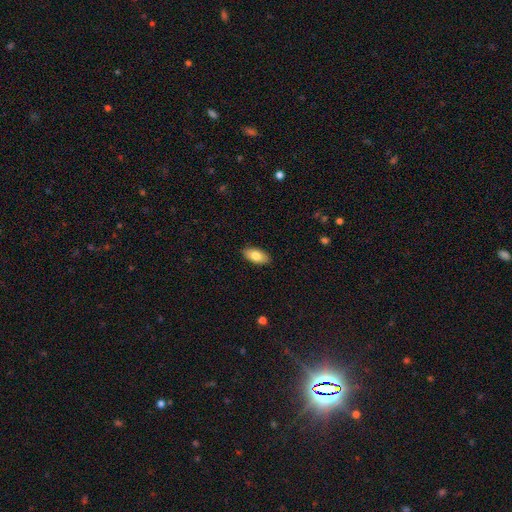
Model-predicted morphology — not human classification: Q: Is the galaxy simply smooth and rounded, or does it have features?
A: smooth — 81%.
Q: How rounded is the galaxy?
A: in between — 92%.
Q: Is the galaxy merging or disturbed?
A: none — 89%.